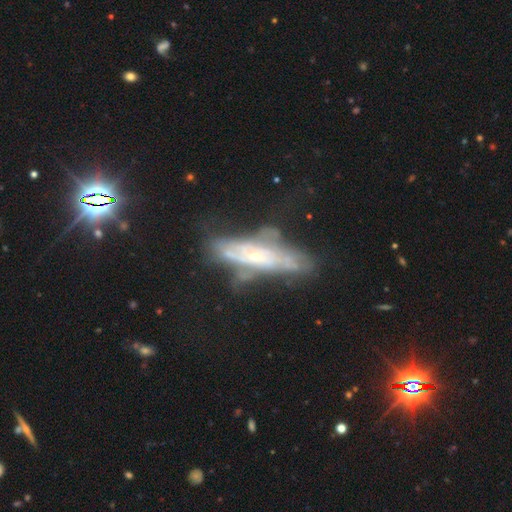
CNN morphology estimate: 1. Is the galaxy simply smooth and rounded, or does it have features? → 69% featured or disk, 22% smooth, 9% star or artifact.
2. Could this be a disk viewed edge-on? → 64% no, 36% yes.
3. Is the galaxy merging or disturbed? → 39% none, 26% major disturbance, 22% minor disturbance, 12% merger.